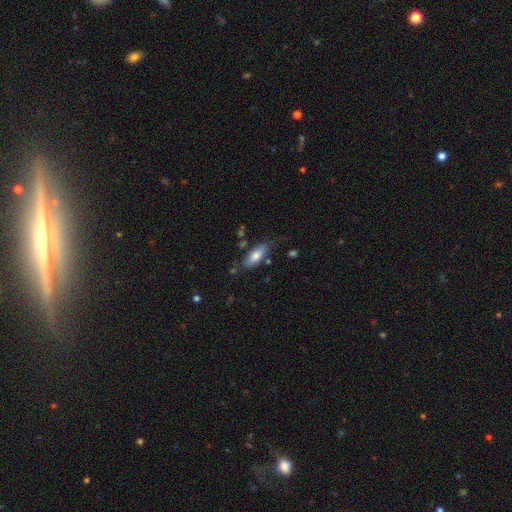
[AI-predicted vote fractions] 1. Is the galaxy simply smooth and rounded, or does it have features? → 72% smooth, 21% featured or disk, 7% star or artifact.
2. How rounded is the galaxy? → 67% in between, 30% cigar-shaped, 2% round.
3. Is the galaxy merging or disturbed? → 69% none, 20% minor disturbance, 5% major disturbance, 5% merger.